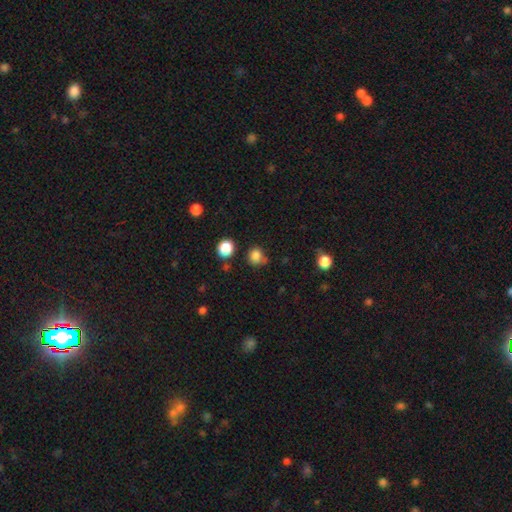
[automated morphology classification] smooth-or-featured: smooth: 82% | star or artifact: 14% | featured or disk: 4%
  how-rounded: round: 83% | in between: 16% | cigar-shaped: 1%
  merging: none: 69% | minor disturbance: 16% | merger: 9% | major disturbance: 5%